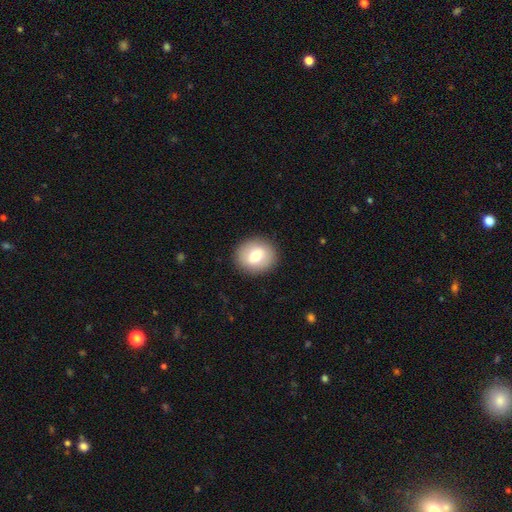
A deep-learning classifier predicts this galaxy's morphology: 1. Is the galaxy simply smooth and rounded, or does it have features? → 72% smooth, 20% featured or disk, 8% star or artifact.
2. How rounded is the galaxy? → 74% round, 25% in between, 1% cigar-shaped.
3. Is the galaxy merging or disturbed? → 90% none, 7% minor disturbance, 2% major disturbance, 1% merger.